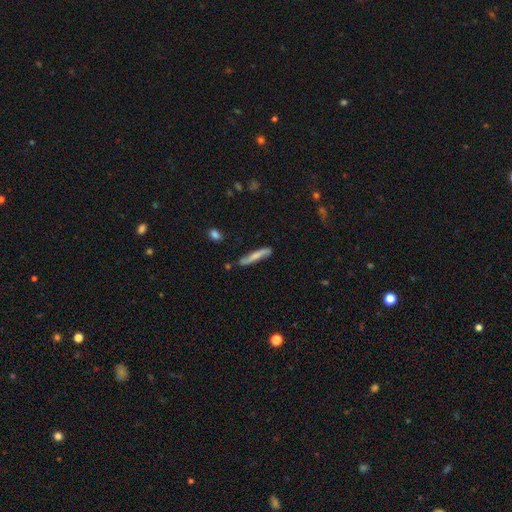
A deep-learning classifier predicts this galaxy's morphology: smooth_or_featured: smooth (p=0.63) [alt: featured or disk p=0.31]
how_rounded: cigar-shaped (p=0.92) [alt: in between p=0.07]
merging: none (p=0.76) [alt: minor disturbance p=0.17]